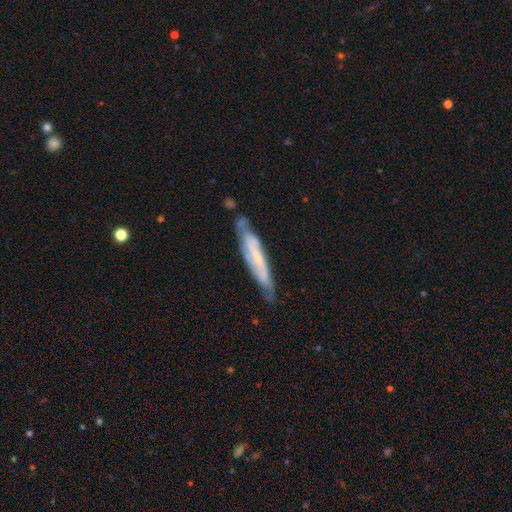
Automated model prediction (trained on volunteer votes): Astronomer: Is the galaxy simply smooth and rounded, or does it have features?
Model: featured or disk — 64%.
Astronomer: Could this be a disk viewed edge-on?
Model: yes — 51% (runner-up: no, 49%).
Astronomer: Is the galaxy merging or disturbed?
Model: none — 66%.